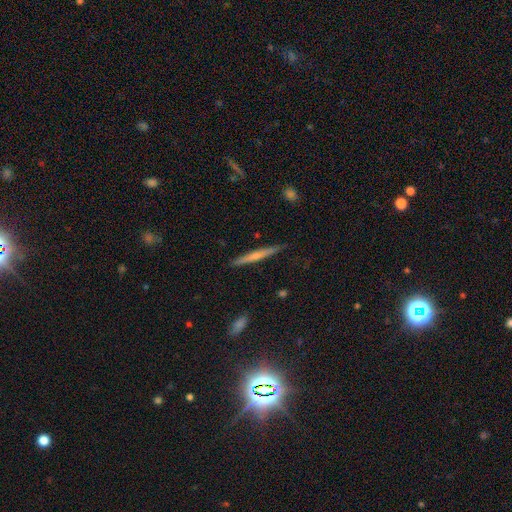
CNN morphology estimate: Smooth or featured? featured or disk (48%)
Merging? none (88%)